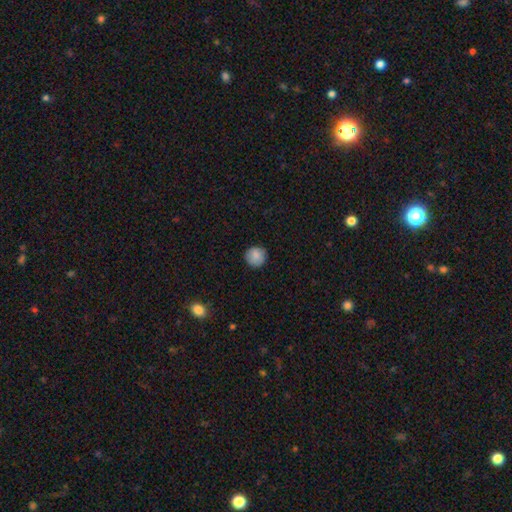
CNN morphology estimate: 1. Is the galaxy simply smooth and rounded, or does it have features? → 86% smooth, 8% star or artifact, 6% featured or disk.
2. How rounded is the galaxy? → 93% round, 6% in between, 1% cigar-shaped.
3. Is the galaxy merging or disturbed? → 88% none, 9% minor disturbance, 2% major disturbance, 1% merger.